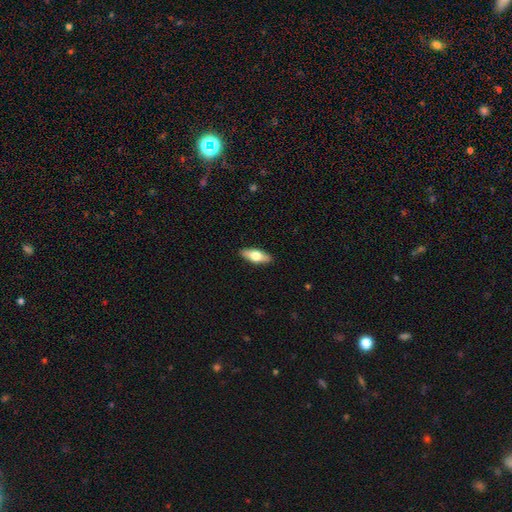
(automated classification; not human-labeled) This is likely a smooth galaxy (62%). How rounded: likely in between (70%). Merging: clearly none (90%).